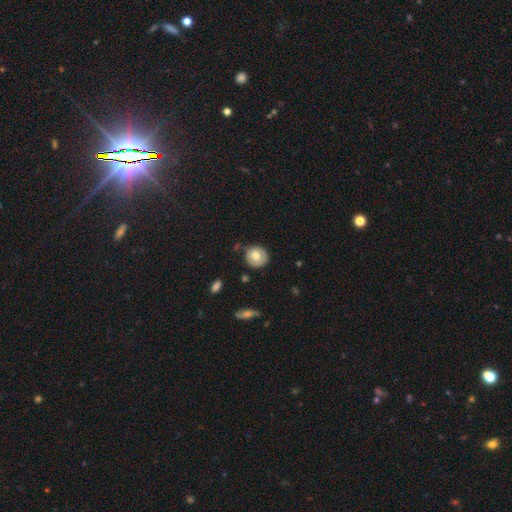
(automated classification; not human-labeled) This is likely a smooth galaxy (71%). How rounded: clearly round (84%). Merging: likely none (77%).